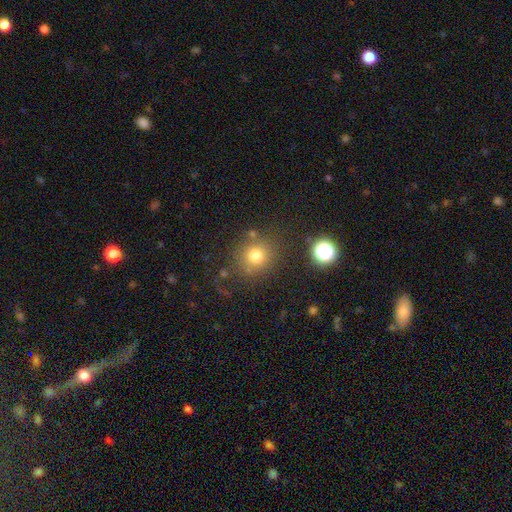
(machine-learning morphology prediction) Overall: smooth (77%). How rounded: round (87%). Merging: none (78%).